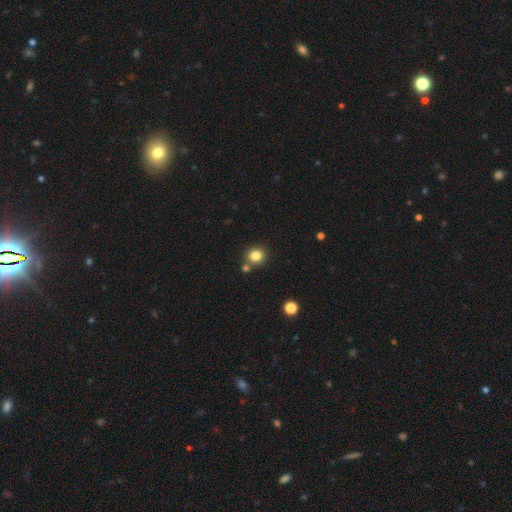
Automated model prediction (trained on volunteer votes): This appears to be a smooth galaxy with no disk features (82%) that is round (87%). Merging: none (77%).